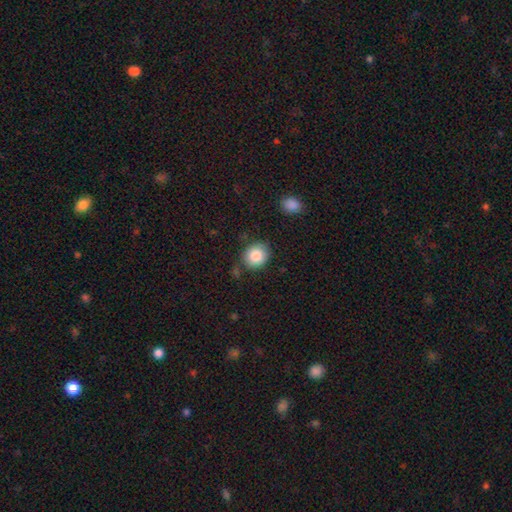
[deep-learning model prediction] Q: Smooth or featured?
A: smooth (85%); runner-up: star or artifact (8%)
Q: How rounded?
A: round (69%); runner-up: in between (30%)
Q: Merging?
A: none (80%); runner-up: minor disturbance (13%)